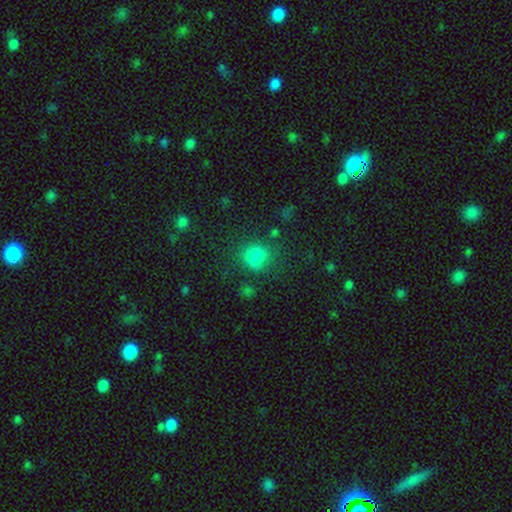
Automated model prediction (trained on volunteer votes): The model was most divided on "merging": none: 66%, minor disturbance: 17%, major disturbance: 9%, merger: 7%. More confident: smooth or featured — smooth (77%); how rounded — round (77%).